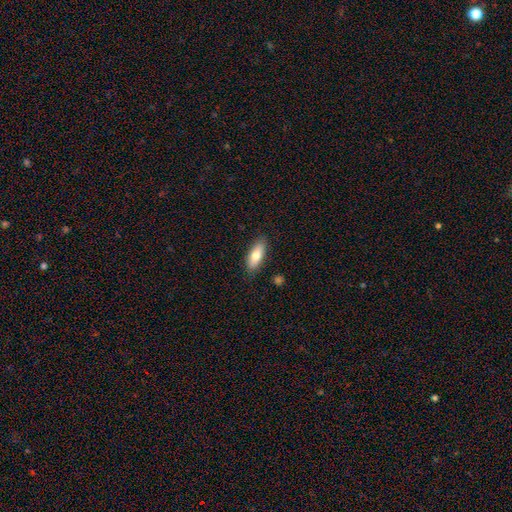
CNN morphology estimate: type=smooth (75%); roundness=in between (75%); merging=none (86%).